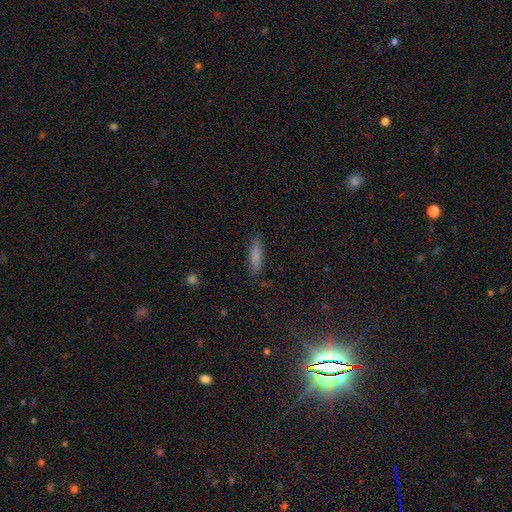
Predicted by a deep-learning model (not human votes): smooth_or_featured: smooth (p=0.82) [alt: featured or disk p=0.11]
how_rounded: cigar-shaped (p=0.57) [alt: in between p=0.42]
merging: none (p=0.85) [alt: minor disturbance p=0.12]